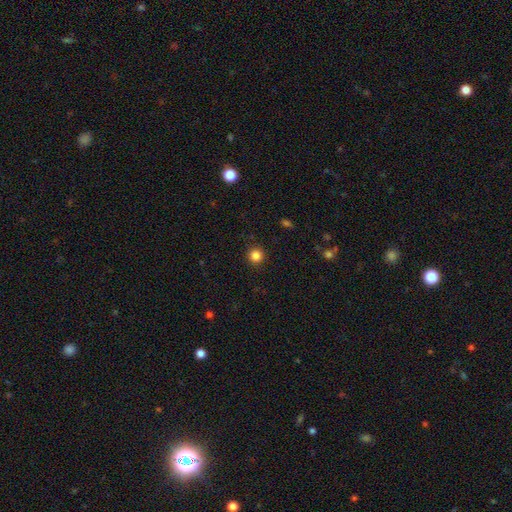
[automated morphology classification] Smooth or featured?
  - smooth: 85% *
  - star or artifact: 12%
  - featured or disk: 4%
How rounded?
  - round: 94% *
  - in between: 5%
  - cigar-shaped: 1%
Merging?
  - none: 91% *
  - minor disturbance: 6%
  - major disturbance: 2%
  - merger: 1%